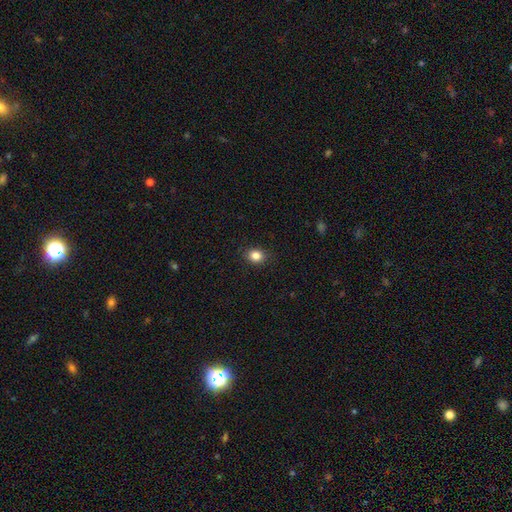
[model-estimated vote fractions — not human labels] A smooth galaxy with no disk features (85%) that is round (58%).

Vote fractions:
- Smooth or featured? smooth: 85% / star or artifact: 11% / featured or disk: 5%
- How rounded? round: 58% / in between: 41% / cigar-shaped: 1%
- Merging? none: 89% / minor disturbance: 8% / major disturbance: 2% / merger: 1%